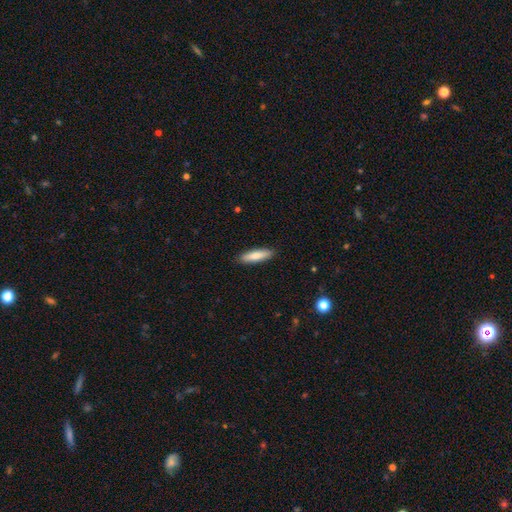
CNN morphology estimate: smooth-or-featured: smooth: 78% | featured or disk: 16% | star or artifact: 6%
  how-rounded: cigar-shaped: 69% | in between: 30% | round: 2%
  merging: none: 90% | minor disturbance: 7% | major disturbance: 2% | merger: 1%